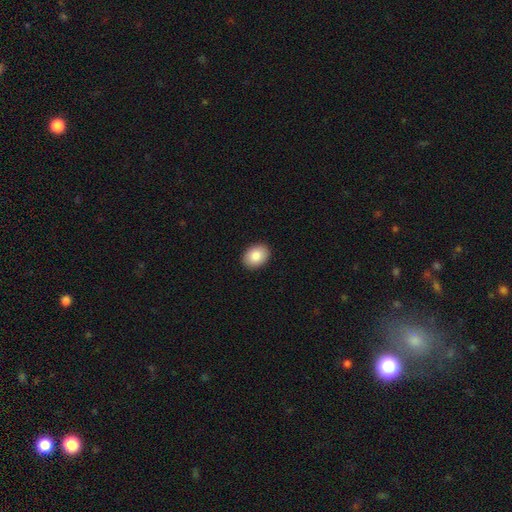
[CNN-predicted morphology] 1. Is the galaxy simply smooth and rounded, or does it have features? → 86% smooth, 7% star or artifact, 7% featured or disk.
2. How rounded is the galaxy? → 75% in between, 25% round, 1% cigar-shaped.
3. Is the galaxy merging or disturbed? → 91% none, 7% minor disturbance, 2% major disturbance, 1% merger.